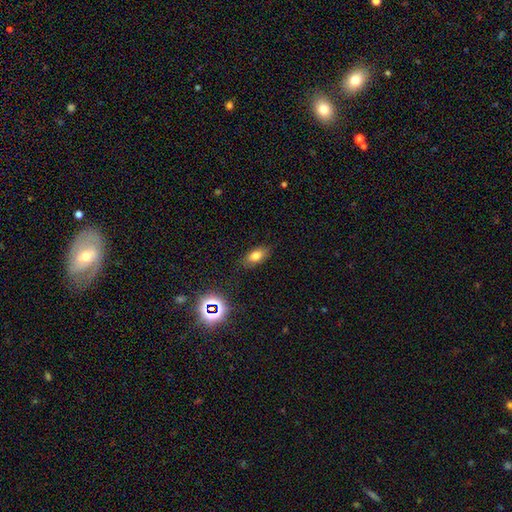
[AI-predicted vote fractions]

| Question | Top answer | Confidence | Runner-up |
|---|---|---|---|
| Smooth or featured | smooth | 74% | star or artifact (14%) |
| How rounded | in between | 86% | round (7%) |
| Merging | none | 84% | minor disturbance (11%) |